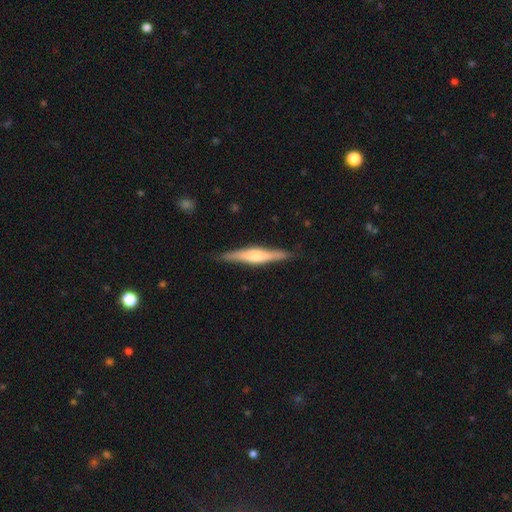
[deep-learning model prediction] Smooth or featured?
  - featured or disk: 60% *
  - smooth: 34%
  - star or artifact: 5%
Edge-on disk?
  - yes: 96% *
  - no: 4%
Edge-on bulge?
  - rounded: 72% *
  - boxy: 18%
  - none: 10%
Merging?
  - none: 87% *
  - minor disturbance: 10%
  - major disturbance: 2%
  - merger: 1%